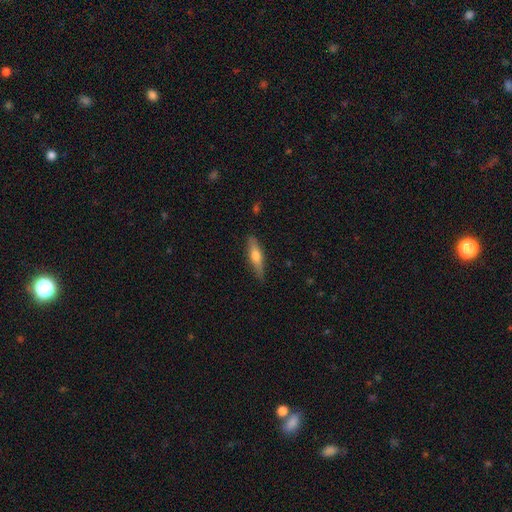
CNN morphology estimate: This is possibly a smooth galaxy (54%). How rounded: likely cigar-shaped (75%). Merging: clearly none (83%).